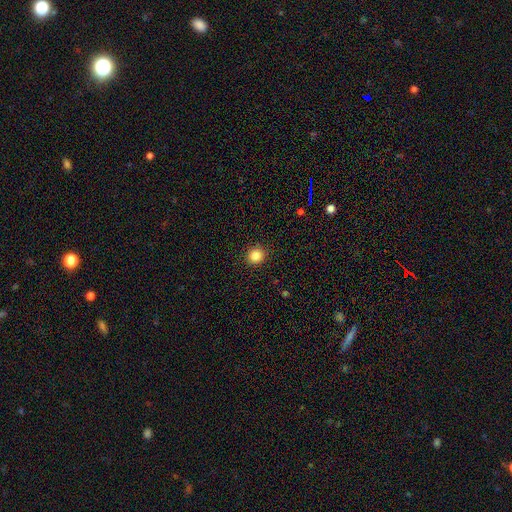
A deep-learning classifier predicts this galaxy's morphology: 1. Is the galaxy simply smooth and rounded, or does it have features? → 85% smooth, 11% star or artifact, 4% featured or disk.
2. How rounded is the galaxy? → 91% round, 8% in between, 1% cigar-shaped.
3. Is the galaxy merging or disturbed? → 92% none, 5% minor disturbance, 2% major disturbance, 1% merger.